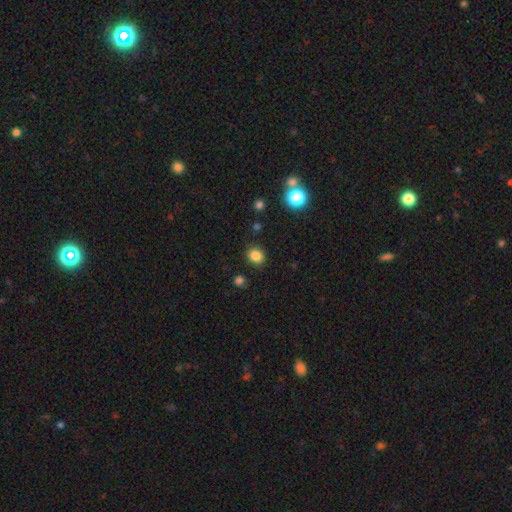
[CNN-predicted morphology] A smooth galaxy with no disk features (83%) that is round (74%). Merging: none (88%).